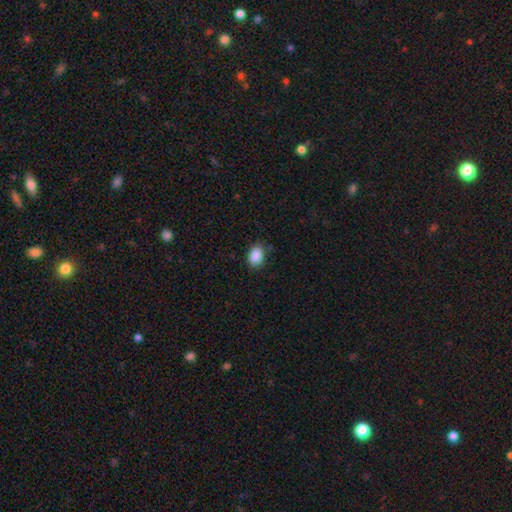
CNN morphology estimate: Smooth or featured? smooth (89%)
How rounded? in between (80%)
Merging? none (81%)